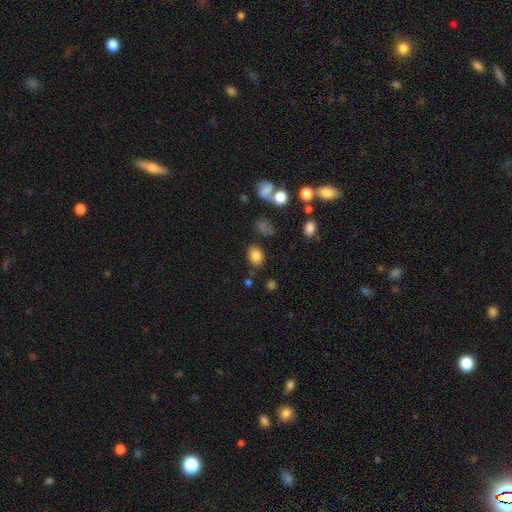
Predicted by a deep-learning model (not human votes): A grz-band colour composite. It shows a smooth galaxy with no disk features (82%) that is in between round and cigar-shaped (66%). Merging: none (80%).